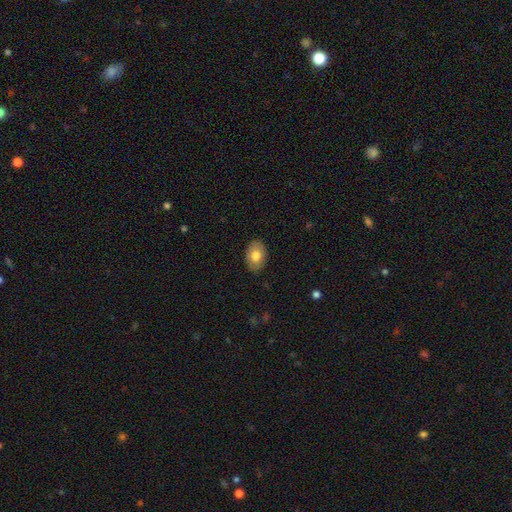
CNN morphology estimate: Q: Smooth or featured?
A: smooth (77%); runner-up: featured or disk (16%)
Q: How rounded?
A: in between (85%); runner-up: round (14%)
Q: Merging?
A: none (87%); runner-up: minor disturbance (10%)